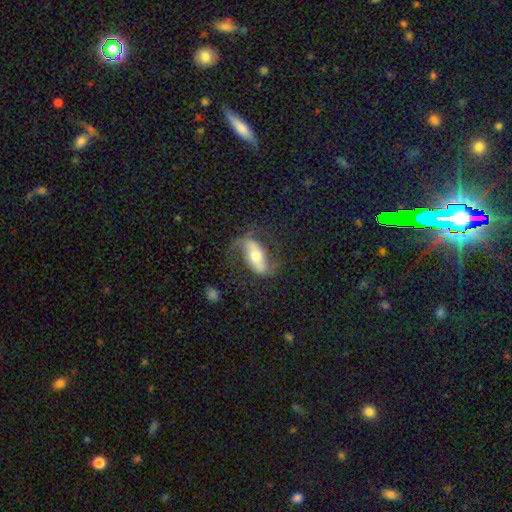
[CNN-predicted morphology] This is likely a featured or disk galaxy (68%). It is clearly not viewed edge-on (87%). Bar: possibly strong (51%). Spiral arm pattern: clearly yes (81%). Central bulge: likely moderate (66%). Merging: likely none (66%).